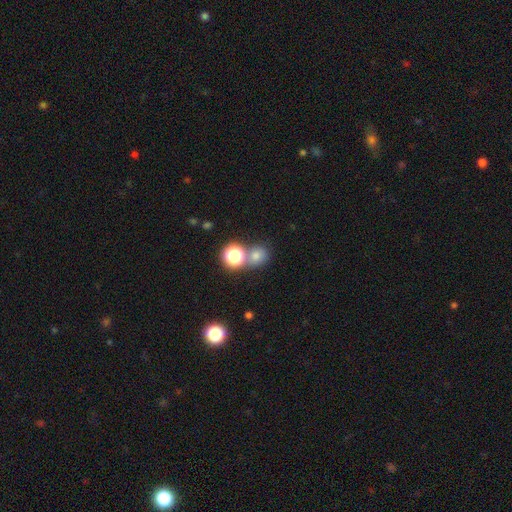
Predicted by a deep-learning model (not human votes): smooth 68%, star or artifact 24%, featured or disk 7%. Down the decision tree: how rounded — round (81%); merging — none (62%).